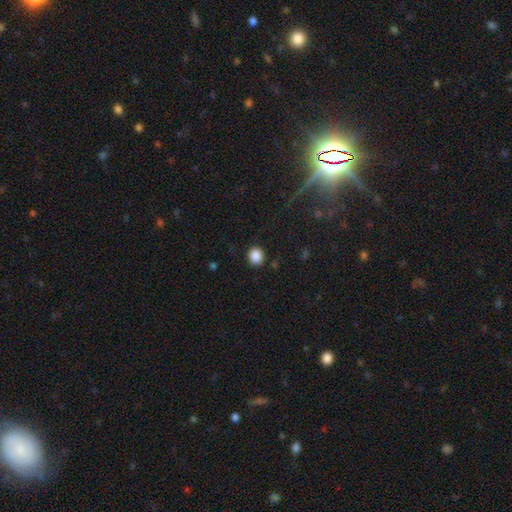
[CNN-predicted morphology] Smooth or featured? Predicted: smooth (p=0.88). How rounded? Predicted: round (p=0.72). Merging? Predicted: none (p=0.89).